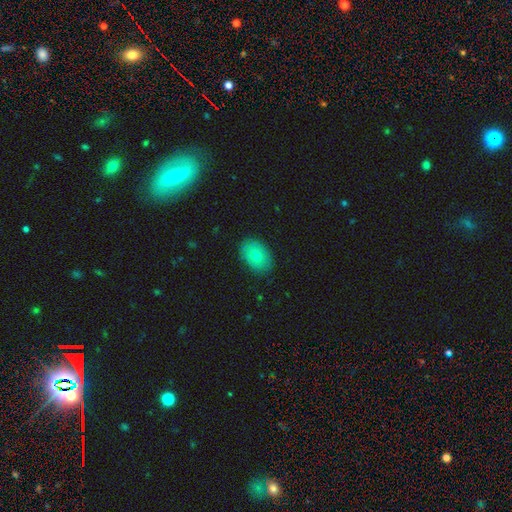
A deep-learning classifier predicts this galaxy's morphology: Smooth or featured? Predicted: smooth (p=0.73). How rounded? Predicted: in between (p=0.82). Merging? Predicted: none (p=0.86).